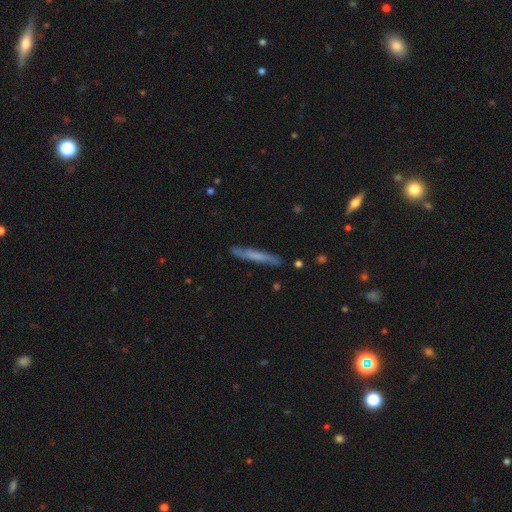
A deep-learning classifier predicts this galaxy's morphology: type=smooth (54%); roundness=cigar-shaped (95%); merging=none (83%).